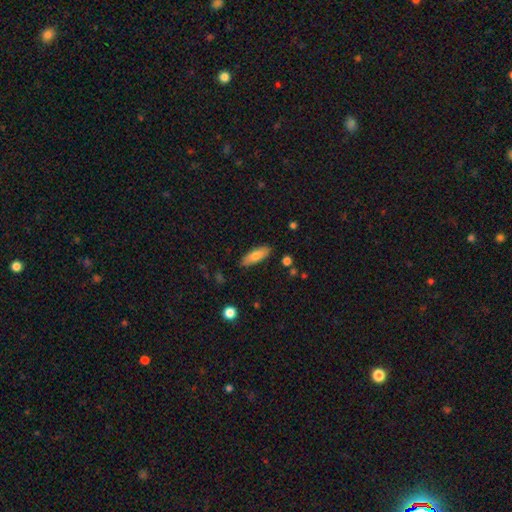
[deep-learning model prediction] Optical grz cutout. It shows a smooth galaxy with no disk features (75%) that is in between round and cigar-shaped (60%). Merging: none (87%).